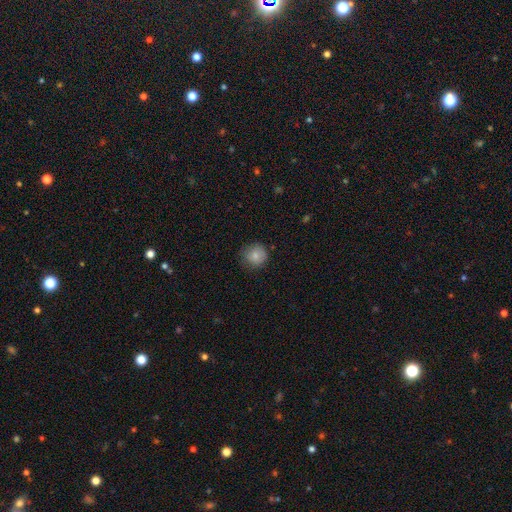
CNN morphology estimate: This is clearly a smooth galaxy (81%). How rounded: clearly round (91%). Merging: likely none (77%).